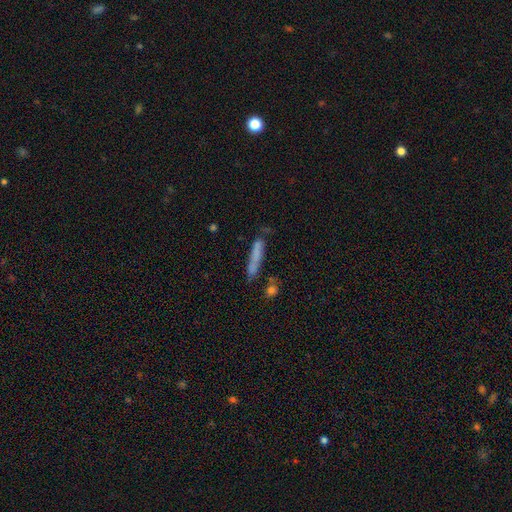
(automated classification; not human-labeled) A smooth galaxy with no disk features (67%) that is cigar-shaped (90%).

Vote fractions:
- Smooth or featured? smooth: 67% / featured or disk: 23% / star or artifact: 10%
- How rounded? cigar-shaped: 90% / in between: 8% / round: 2%
- Merging? none: 66% / minor disturbance: 20% / merger: 8% / major disturbance: 6%